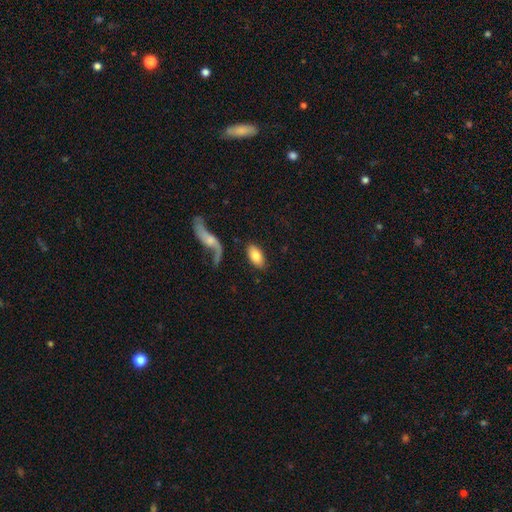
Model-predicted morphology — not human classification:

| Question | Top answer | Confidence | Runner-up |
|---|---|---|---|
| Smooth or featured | smooth | 78% | featured or disk (16%) |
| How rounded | in between | 94% | round (3%) |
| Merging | none | 77% | minor disturbance (11%) |